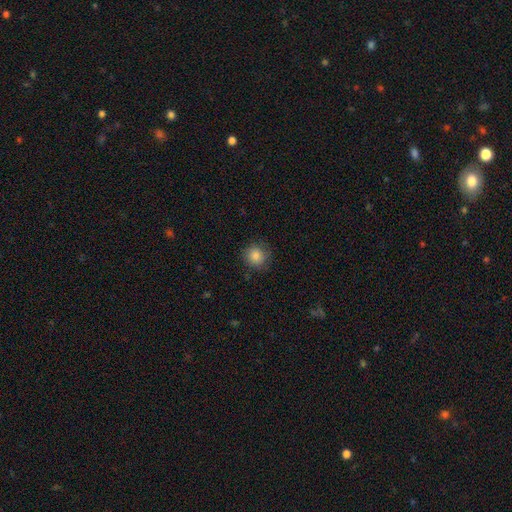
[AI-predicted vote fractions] Smooth or featured? Predicted: smooth (p=0.84). How rounded? Predicted: round (p=0.92). Merging? Predicted: none (p=0.83).